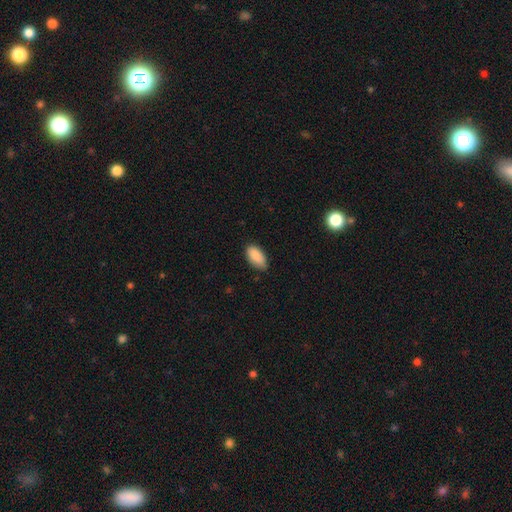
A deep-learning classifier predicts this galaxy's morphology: Smooth or featured: smooth — 88% (star or artifact — 7%)
How rounded: in between — 93% (cigar-shaped — 4%)
Merging: none — 76% (minor disturbance — 20%)